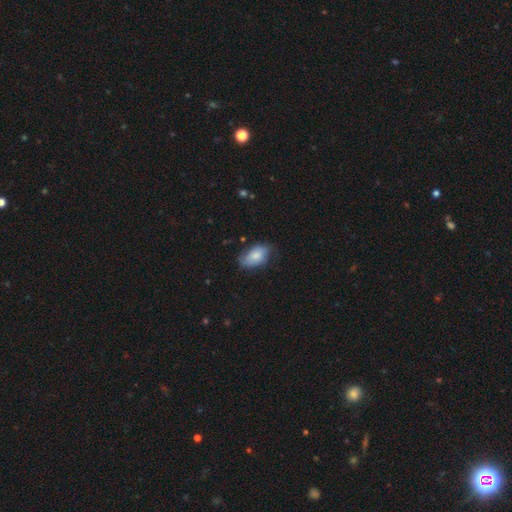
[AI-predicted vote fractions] Smooth or featured? smooth (76%)
How rounded? in between (93%)
Merging? none (62%)